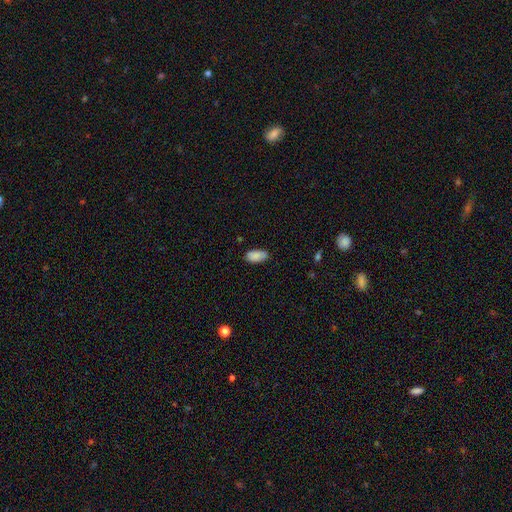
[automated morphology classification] This appears to be a smooth galaxy with no disk features (87%) that is in between round and cigar-shaped (93%). Merging: none (77%).